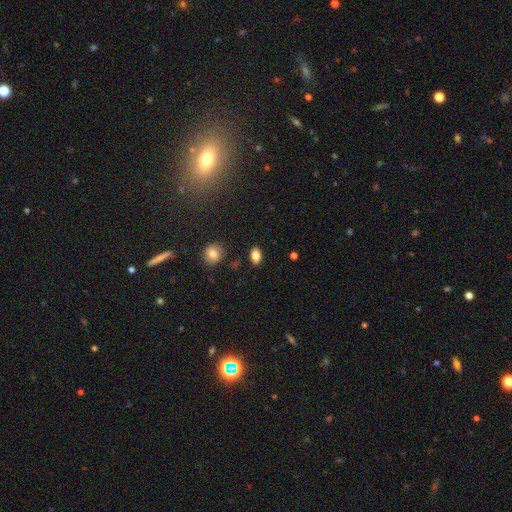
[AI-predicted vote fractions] smooth-or-featured: smooth: 84% | star or artifact: 9% | featured or disk: 7%
  how-rounded: in between: 86% | round: 12% | cigar-shaped: 2%
  merging: none: 86% | minor disturbance: 9% | major disturbance: 2% | merger: 2%